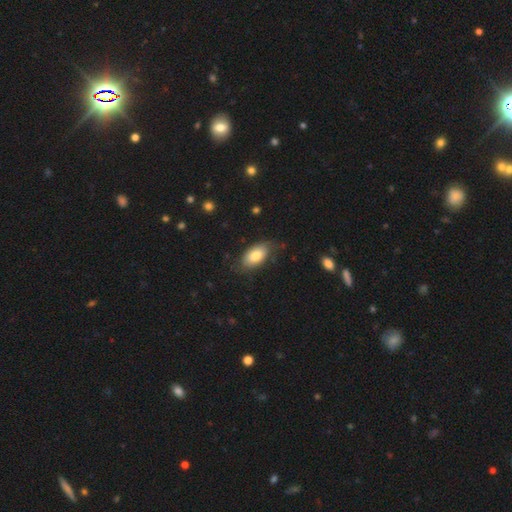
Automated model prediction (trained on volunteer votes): This is likely a smooth galaxy (78%). How rounded: clearly in between (93%). Merging: likely none (71%).